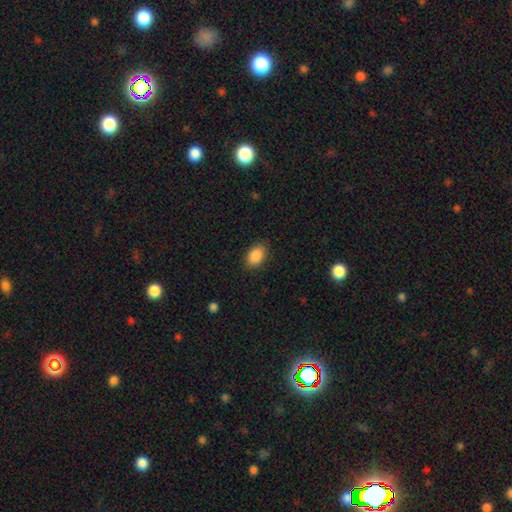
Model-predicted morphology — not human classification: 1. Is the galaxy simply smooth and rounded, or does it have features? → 89% smooth, 8% star or artifact, 3% featured or disk.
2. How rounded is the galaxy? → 85% in between, 14% round, 1% cigar-shaped.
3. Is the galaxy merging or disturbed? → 87% none, 10% minor disturbance, 3% major disturbance, 1% merger.